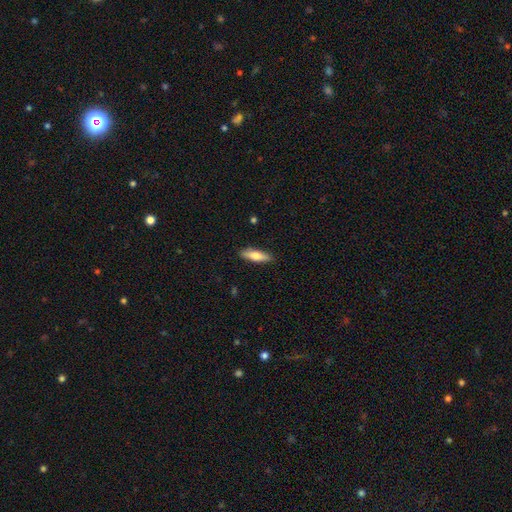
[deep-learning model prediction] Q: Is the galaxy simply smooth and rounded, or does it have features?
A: smooth — 68%.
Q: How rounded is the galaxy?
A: cigar-shaped — 59%.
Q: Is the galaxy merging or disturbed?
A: none — 88%.